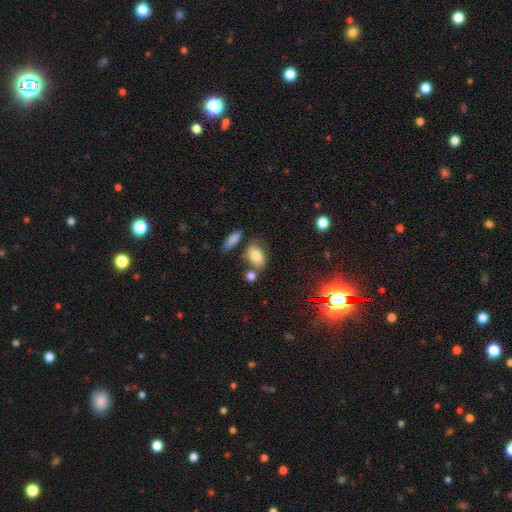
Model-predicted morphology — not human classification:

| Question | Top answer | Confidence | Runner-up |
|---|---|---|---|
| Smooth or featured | smooth | 75% | featured or disk (14%) |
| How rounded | in between | 85% | round (13%) |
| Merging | none | 58% | minor disturbance (20%) |